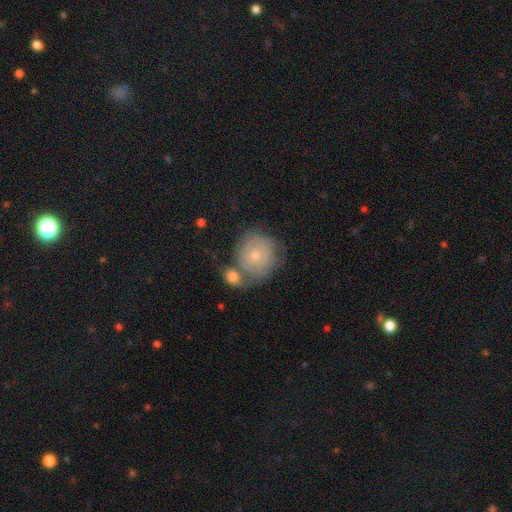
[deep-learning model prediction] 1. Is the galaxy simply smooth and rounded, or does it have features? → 49% featured or disk, 43% smooth, 8% star or artifact.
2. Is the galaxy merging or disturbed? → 48% none, 26% merger, 17% minor disturbance, 8% major disturbance.